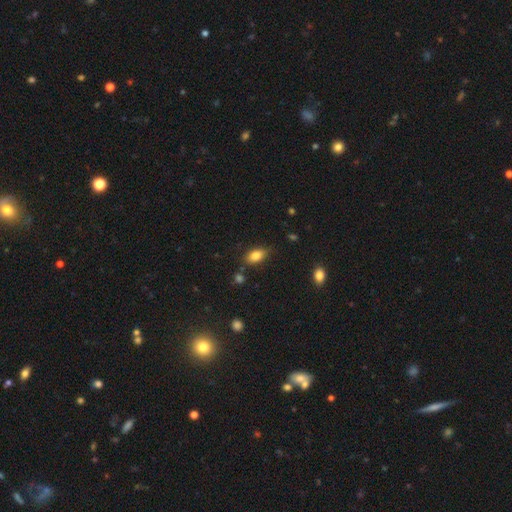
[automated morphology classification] smooth_or_featured: smooth (p=0.83) [alt: star or artifact p=0.09]
how_rounded: in between (p=0.88) [alt: cigar-shaped p=0.06]
merging: none (p=0.77) [alt: minor disturbance p=0.16]